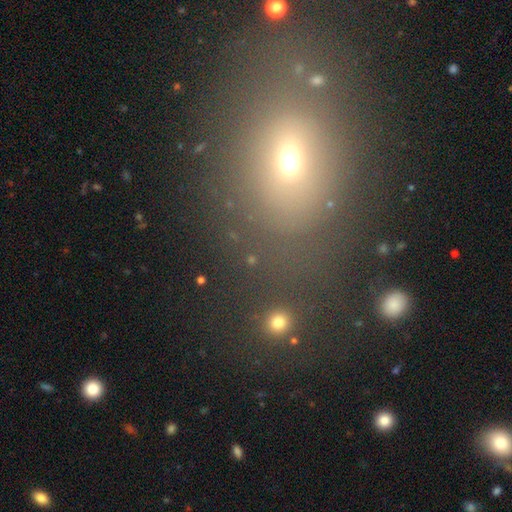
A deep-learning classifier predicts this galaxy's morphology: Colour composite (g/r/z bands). It shows a smooth galaxy with no disk features (54%) that is in between round and cigar-shaped (57%). Merging: none (74%).